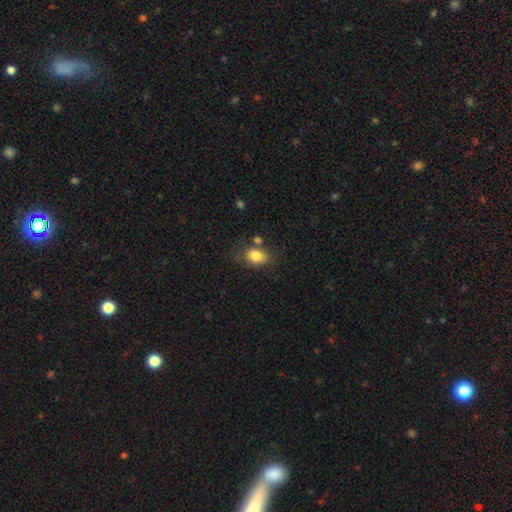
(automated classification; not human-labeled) smooth-or-featured: smooth: 83% | star or artifact: 9% | featured or disk: 8%
  how-rounded: in between: 70% | round: 29% | cigar-shaped: 1%
  merging: none: 66% | minor disturbance: 17% | merger: 11% | major disturbance: 6%